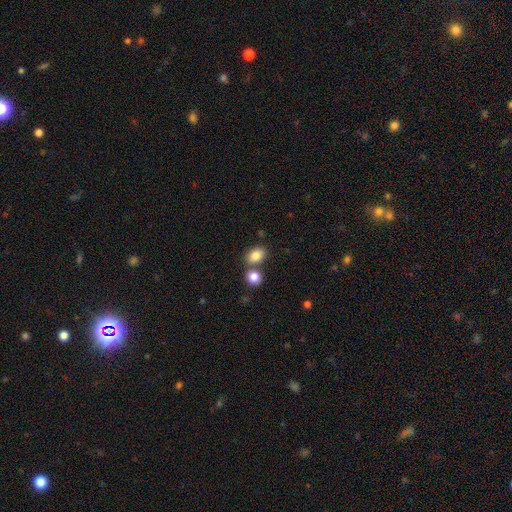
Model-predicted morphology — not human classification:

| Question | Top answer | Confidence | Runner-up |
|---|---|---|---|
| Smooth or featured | smooth | 83% | star or artifact (9%) |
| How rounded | in between | 65% | round (33%) |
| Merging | none | 60% | merger (28%) |